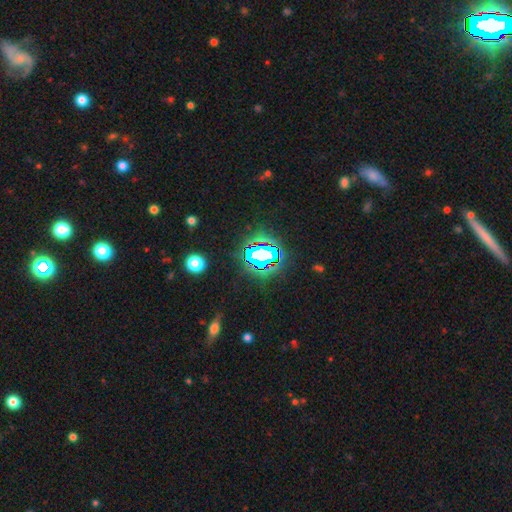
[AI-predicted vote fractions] smooth_or_featured: star or artifact (p=0.74) [alt: smooth p=0.15]